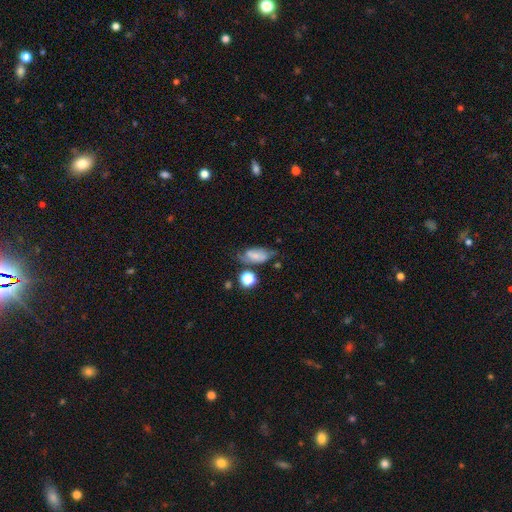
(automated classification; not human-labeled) smooth-or-featured: smooth: 52% | featured or disk: 37% | star or artifact: 11%
  how-rounded: in between: 82% | round: 11% | cigar-shaped: 7%
  merging: none: 46% | minor disturbance: 28% | major disturbance: 16% | merger: 10%